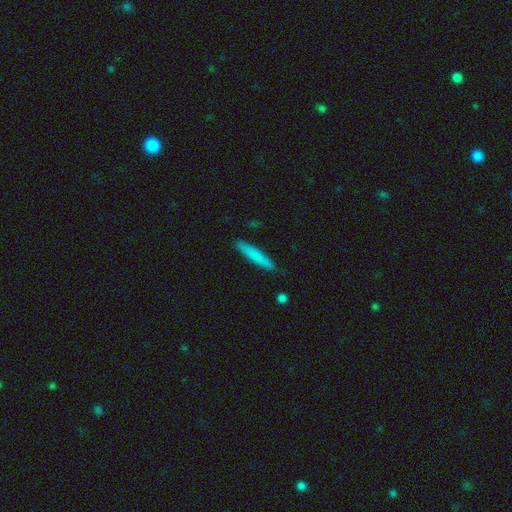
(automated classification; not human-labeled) Morphology: type=smooth (80%); roundness=cigar-shaped (92%); merging=none (89%).